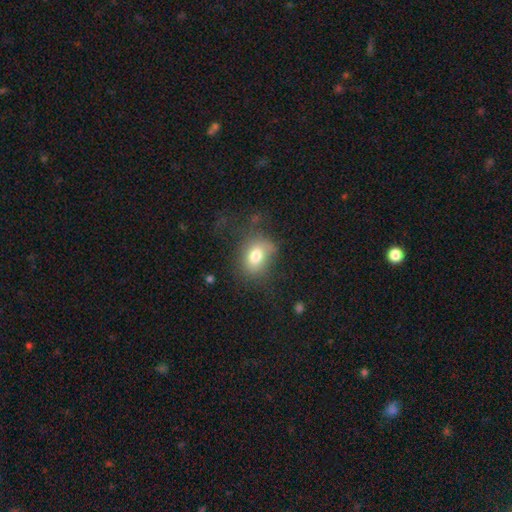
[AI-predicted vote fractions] smooth 76%, featured or disk 14%, star or artifact 11%. Down the decision tree: how rounded — in between (66%); merging — none (57%).